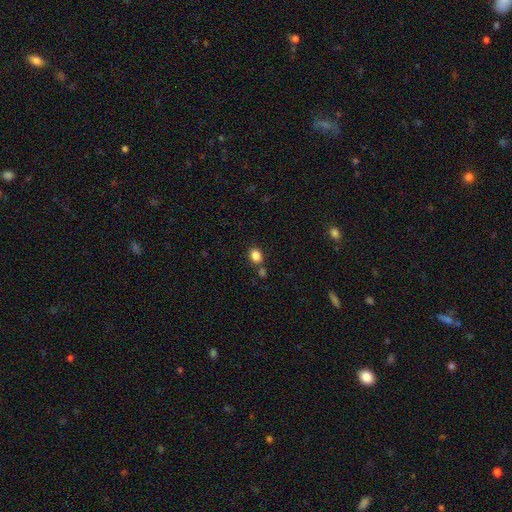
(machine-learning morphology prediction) smooth 85%, star or artifact 11%, featured or disk 4%. Down the decision tree: how rounded — round (50%); merging — none (73%).